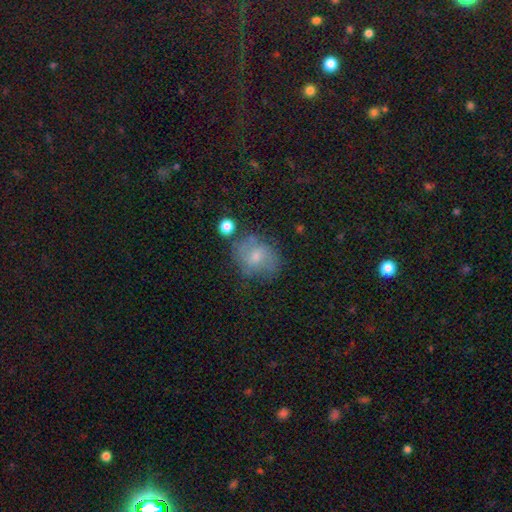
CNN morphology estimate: Q: Smooth or featured?
A: smooth (56%); runner-up: featured or disk (33%)
Q: How rounded?
A: round (50%); runner-up: in between (48%)
Q: Merging?
A: none (59%); runner-up: minor disturbance (24%)